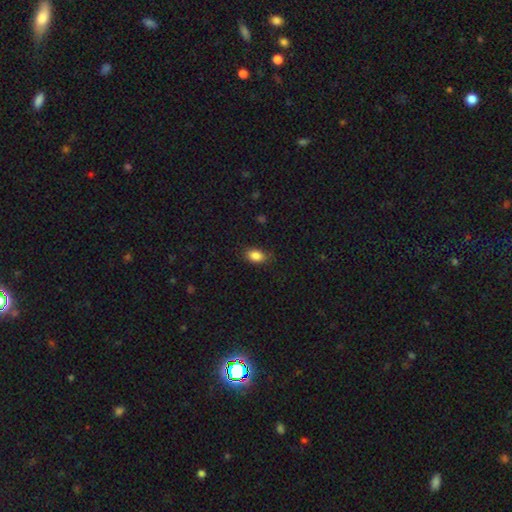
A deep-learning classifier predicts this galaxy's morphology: The model was most divided on "merging": none: 81%, minor disturbance: 15%, major disturbance: 3%, merger: 1%. More confident: smooth or featured — smooth (87%); how rounded — in between (82%).